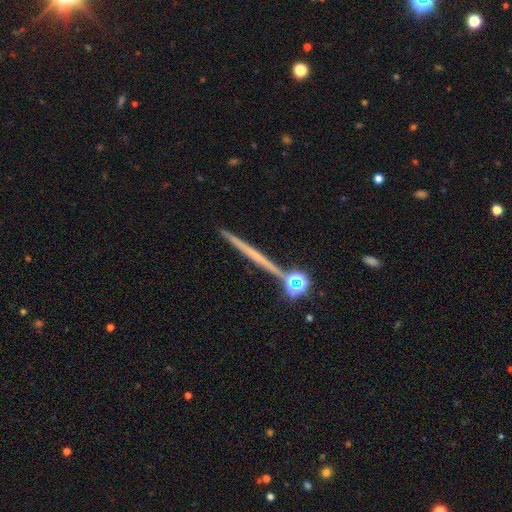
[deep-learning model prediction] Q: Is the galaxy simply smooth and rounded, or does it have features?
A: featured or disk — 55%.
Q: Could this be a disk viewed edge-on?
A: yes — 97%.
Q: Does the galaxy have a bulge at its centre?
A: none — 85%.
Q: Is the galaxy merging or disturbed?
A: none — 84%.